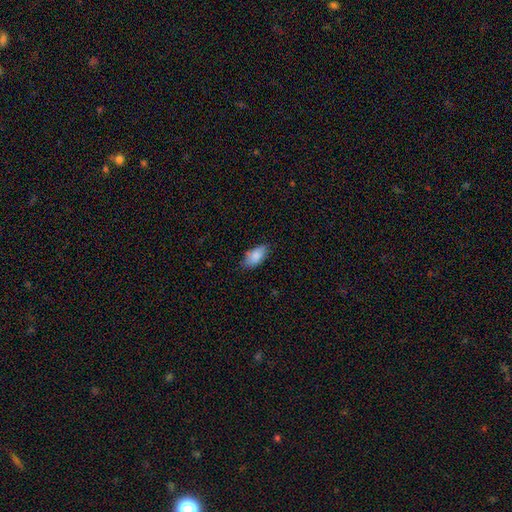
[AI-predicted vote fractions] Smooth or featured? smooth (85%)
How rounded? in between (92%)
Merging? none (72%)